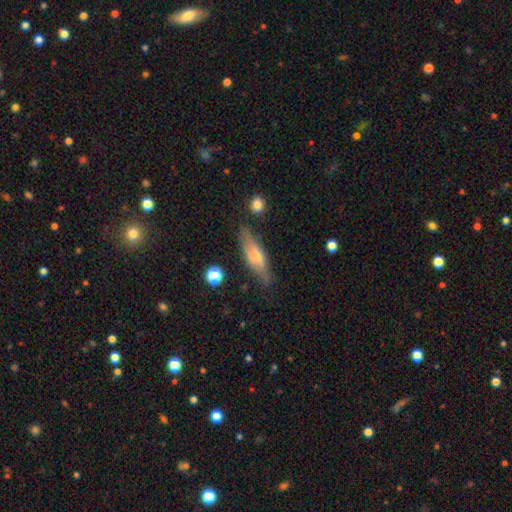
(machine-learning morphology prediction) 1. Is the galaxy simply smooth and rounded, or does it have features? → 47% smooth, 46% featured or disk, 8% star or artifact.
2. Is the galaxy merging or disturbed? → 75% none, 18% minor disturbance, 4% major disturbance, 2% merger.